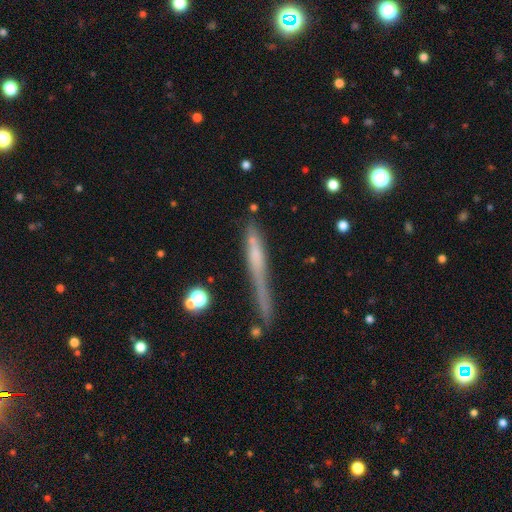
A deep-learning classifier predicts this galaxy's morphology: Smooth or featured: smooth — 46% (featured or disk — 44%)
Merging: none — 50% (minor disturbance — 26%)